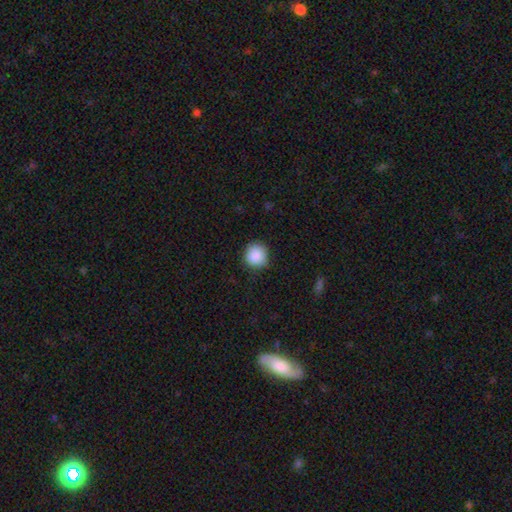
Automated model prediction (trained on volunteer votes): Morphology: type=smooth (89%); roundness=round (91%); merging=none (84%).